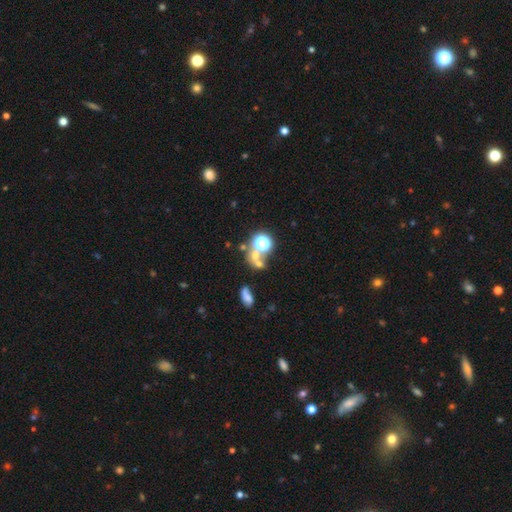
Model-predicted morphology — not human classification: This is possibly a smooth galaxy (49%). Merging: marginally none (42%).